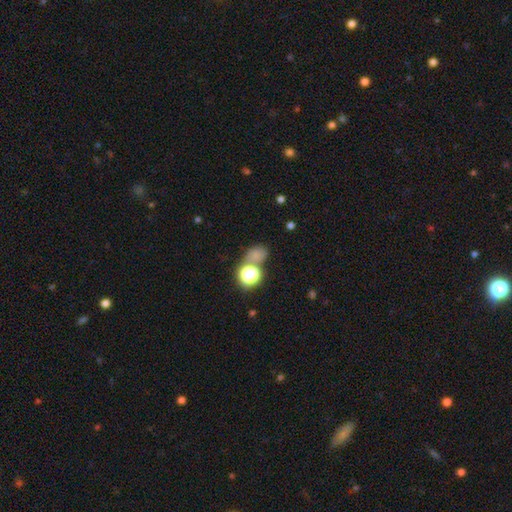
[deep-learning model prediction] Q: Smooth or featured?
A: smooth (64%); runner-up: star or artifact (28%)
Q: How rounded?
A: round (53%); runner-up: in between (46%)
Q: Merging?
A: none (55%); runner-up: merger (22%)